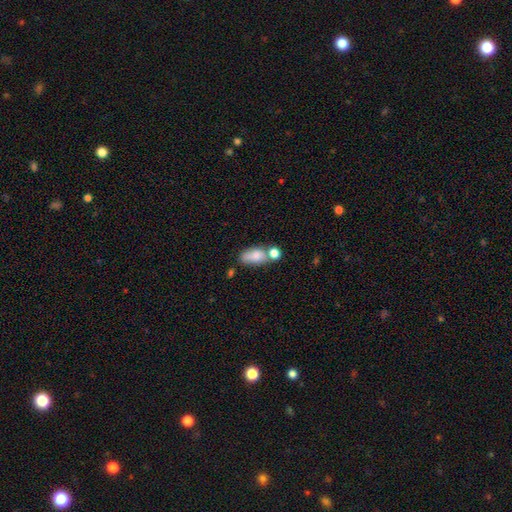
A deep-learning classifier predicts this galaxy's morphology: The model was most divided on "merging": none: 45%, merger: 30%, minor disturbance: 18%, major disturbance: 8%. More confident: how rounded — in between (86%); smooth or featured — smooth (78%).